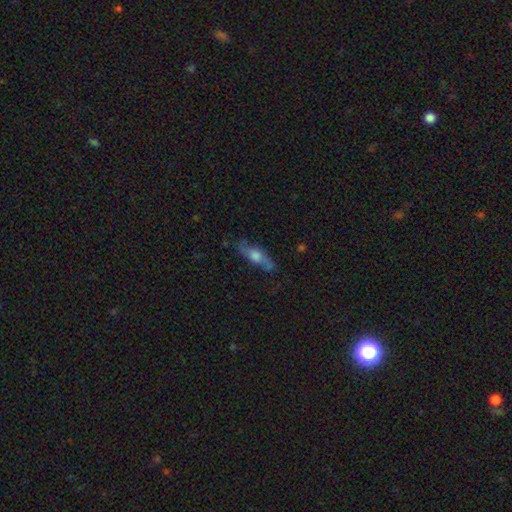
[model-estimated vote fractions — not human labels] Smooth or featured? featured or disk (50%)
Edge-on disk? yes (62%)
Merging? none (73%)